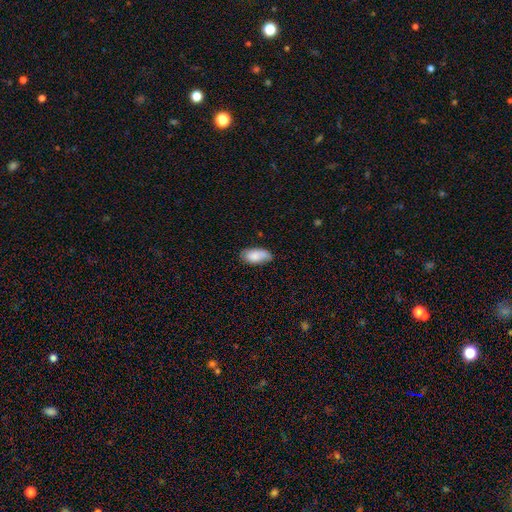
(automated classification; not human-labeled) A smooth galaxy with no disk features (79%) that is in between round and cigar-shaped (93%). Merging: none (65%).